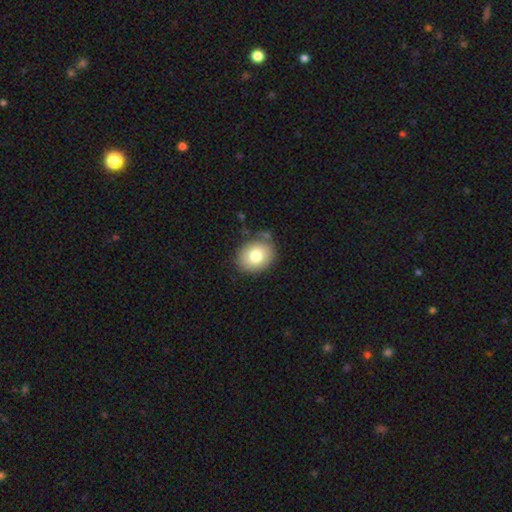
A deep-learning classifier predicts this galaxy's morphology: Overall: smooth (78%). How rounded: in between (52%; round 47%). Merging: none (77%).